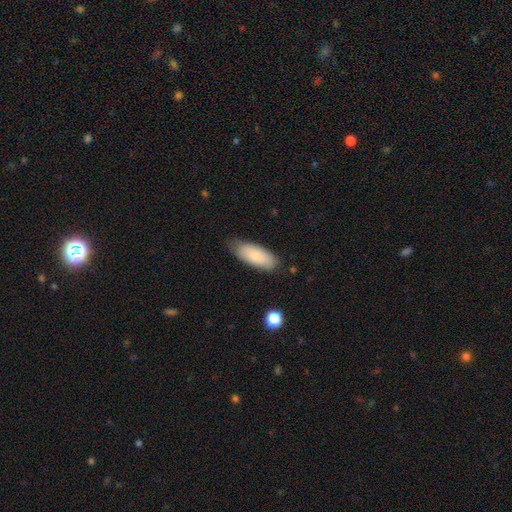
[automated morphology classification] Smooth or featured?
  - smooth: 79% *
  - featured or disk: 15%
  - star or artifact: 6%
How rounded?
  - in between: 81% *
  - cigar-shaped: 17%
  - round: 2%
Merging?
  - none: 72% *
  - minor disturbance: 22%
  - major disturbance: 4%
  - merger: 1%